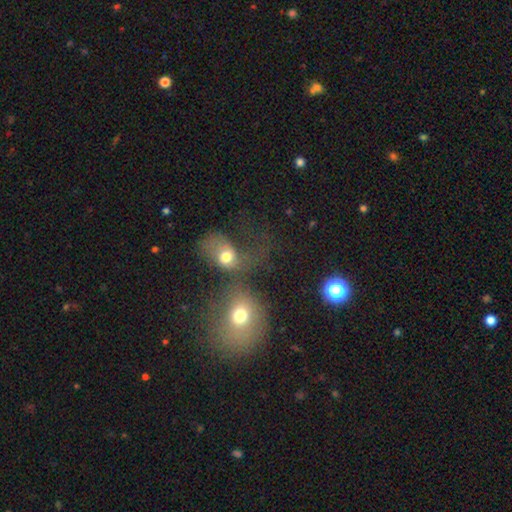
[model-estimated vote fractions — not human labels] The model was most divided on "smooth or featured": smooth: 45%, featured or disk: 35%, star or artifact: 20%. Remaining: merging — merger (49%).